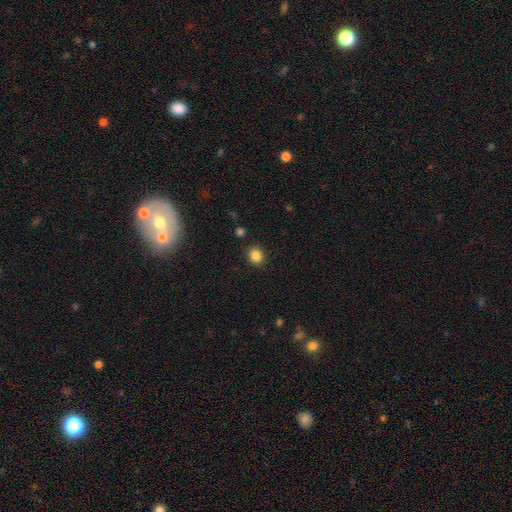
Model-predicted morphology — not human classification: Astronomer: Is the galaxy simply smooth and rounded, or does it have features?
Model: smooth — 85%.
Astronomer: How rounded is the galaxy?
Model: round — 85%.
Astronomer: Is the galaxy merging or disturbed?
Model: none — 90%.